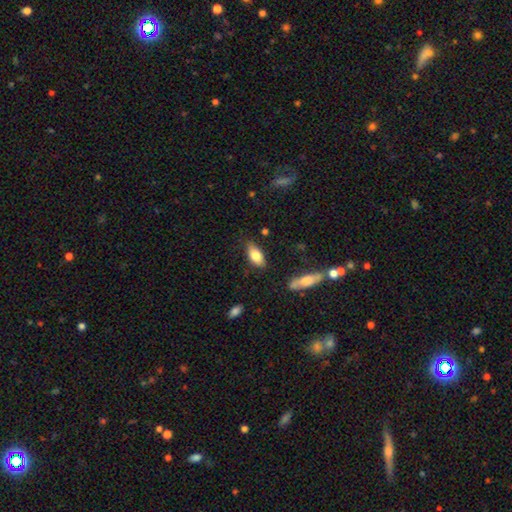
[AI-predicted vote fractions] Smooth or featured? smooth (77%)
How rounded? in between (85%)
Merging? none (77%)